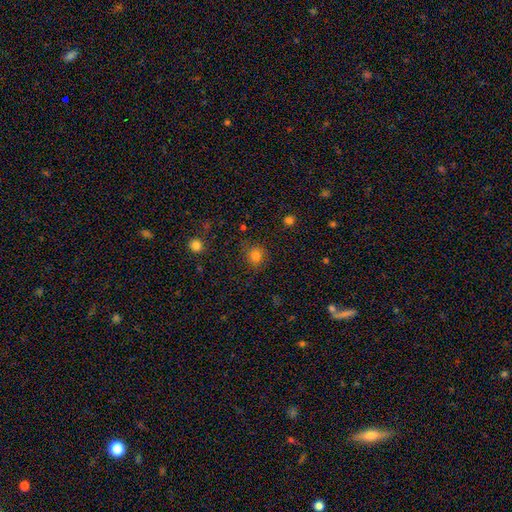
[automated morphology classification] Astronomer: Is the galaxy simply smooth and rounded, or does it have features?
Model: smooth — 79%.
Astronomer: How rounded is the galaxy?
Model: round — 84%.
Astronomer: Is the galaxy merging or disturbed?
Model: none — 80%.